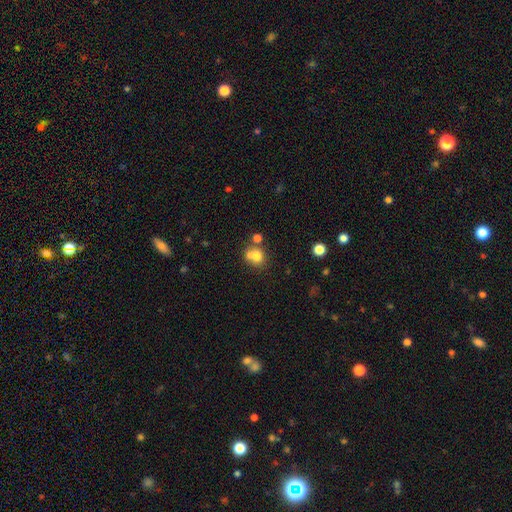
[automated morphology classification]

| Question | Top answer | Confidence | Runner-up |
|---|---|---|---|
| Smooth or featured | smooth | 74% | featured or disk (13%) |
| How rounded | round | 74% | in between (25%) |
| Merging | none | 45% | merger (40%) |